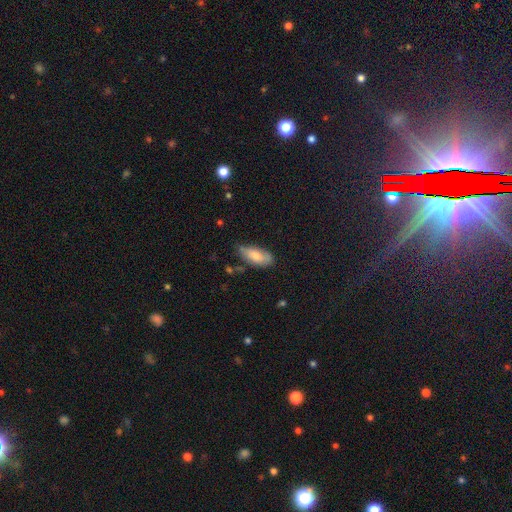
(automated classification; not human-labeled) smooth-or-featured: smooth: 73% | featured or disk: 20% | star or artifact: 6%
  how-rounded: in between: 85% | cigar-shaped: 13% | round: 2%
  merging: none: 60% | minor disturbance: 30% | major disturbance: 6% | merger: 3%